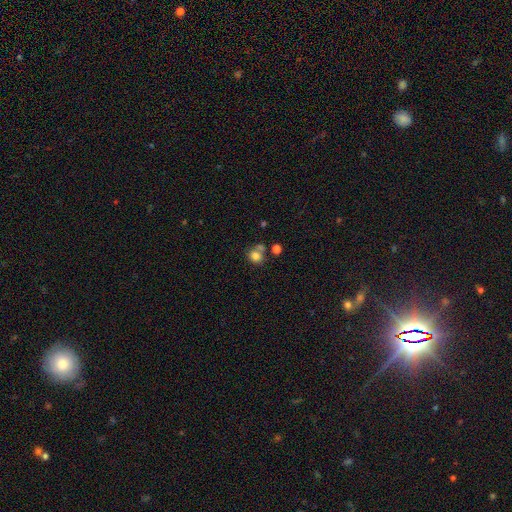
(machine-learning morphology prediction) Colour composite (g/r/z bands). It shows a smooth galaxy with no disk features (80%) that is round (73%). Merging: none (54%).